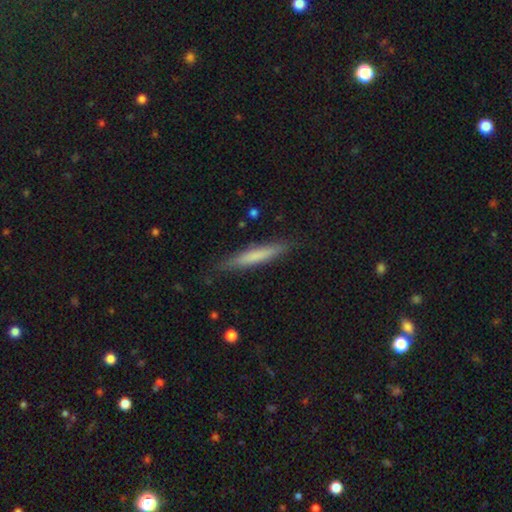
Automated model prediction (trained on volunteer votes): Smooth or featured: smooth — 67% (featured or disk — 27%)
How rounded: cigar-shaped — 94% (in between — 5%)
Merging: none — 86% (minor disturbance — 11%)